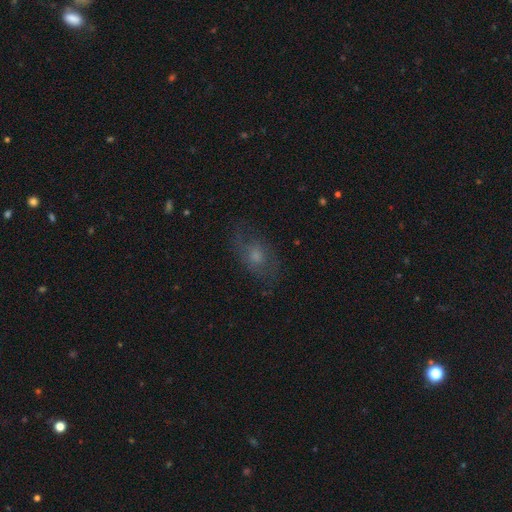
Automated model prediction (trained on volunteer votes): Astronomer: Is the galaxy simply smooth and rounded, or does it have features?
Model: featured or disk — 47% (runner-up: smooth, 38%).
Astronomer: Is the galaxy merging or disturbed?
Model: none — 68%.